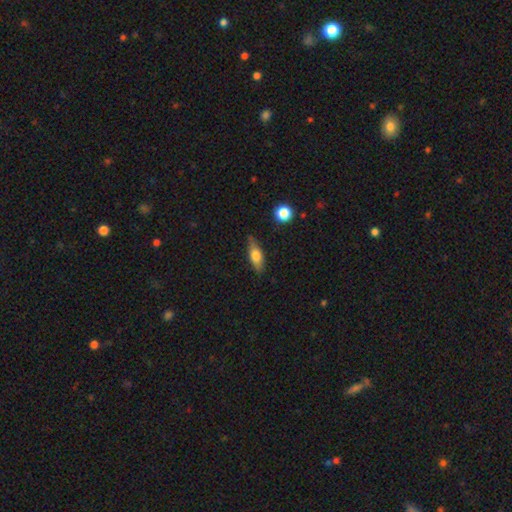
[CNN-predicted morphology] smooth 62%, featured or disk 31%, star or artifact 7%. Down the decision tree: how rounded — in between (67%); merging — none (72%).